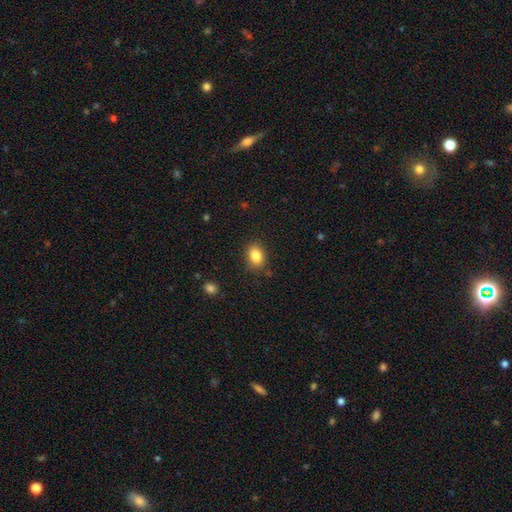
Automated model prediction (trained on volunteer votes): smooth_or_featured: smooth (p=0.85) [alt: star or artifact p=0.10]
how_rounded: in between (p=0.67) [alt: round p=0.32]
merging: none (p=0.84) [alt: minor disturbance p=0.11]